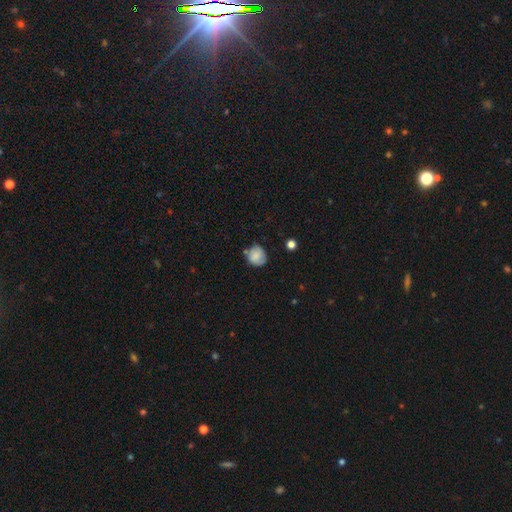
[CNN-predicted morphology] A smooth galaxy with no disk features (74%) that is round (81%).

Vote fractions:
- Smooth or featured? smooth: 74% / featured or disk: 17% / star or artifact: 9%
- How rounded? round: 81% / in between: 18% / cigar-shaped: 1%
- Merging? none: 61% / minor disturbance: 26% / major disturbance: 7% / merger: 6%